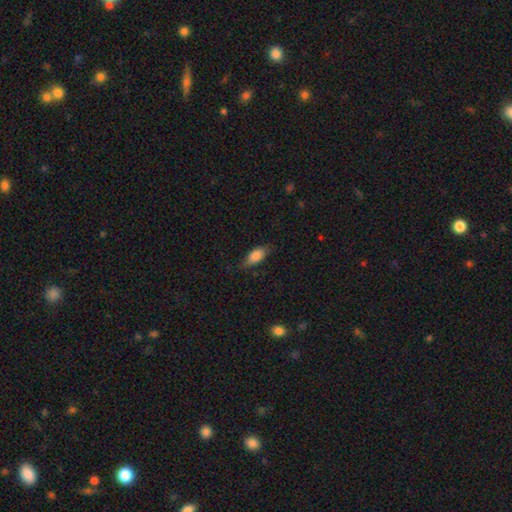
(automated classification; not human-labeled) Smooth or featured?
  - smooth: 81% *
  - featured or disk: 12%
  - star or artifact: 7%
How rounded?
  - in between: 83% *
  - cigar-shaped: 13%
  - round: 4%
Merging?
  - none: 69% *
  - minor disturbance: 24%
  - major disturbance: 6%
  - merger: 1%